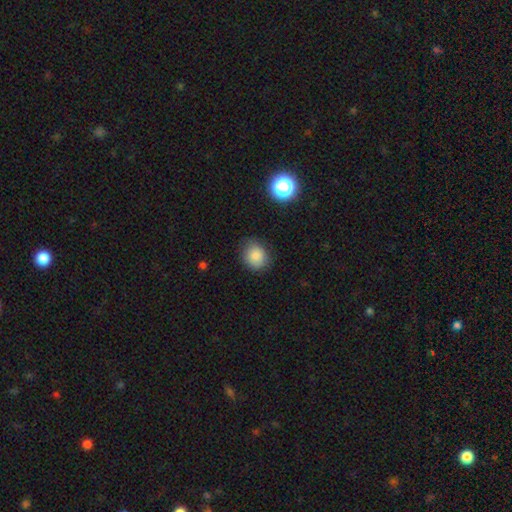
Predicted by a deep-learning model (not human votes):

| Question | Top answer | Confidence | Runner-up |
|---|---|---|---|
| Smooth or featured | smooth | 84% | star or artifact (10%) |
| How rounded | round | 70% | in between (29%) |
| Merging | none | 78% | minor disturbance (17%) |